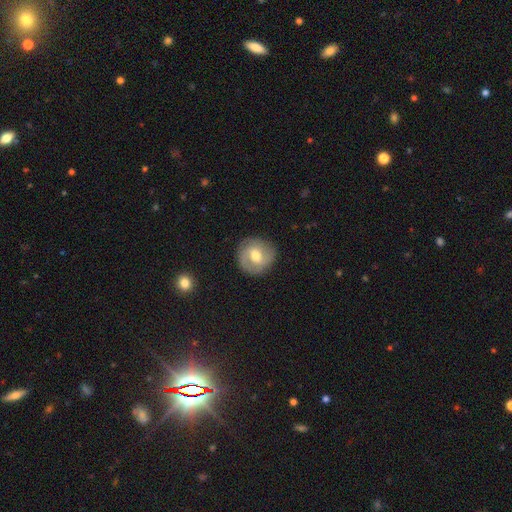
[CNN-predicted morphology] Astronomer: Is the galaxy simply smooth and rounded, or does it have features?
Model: featured or disk — 51% (runner-up: smooth, 42%).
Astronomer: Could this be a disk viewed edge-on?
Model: no — 96%.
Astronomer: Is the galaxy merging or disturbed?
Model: none — 85%.